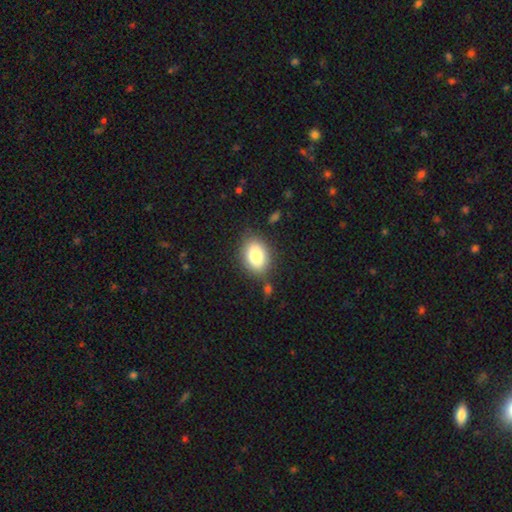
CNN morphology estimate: A smooth galaxy with no disk features (84%) that is in between round and cigar-shaped (80%).

Vote fractions:
- Smooth or featured? smooth: 84% / featured or disk: 9% / star or artifact: 8%
- How rounded? in between: 80% / round: 19% / cigar-shaped: 1%
- Merging? none: 79% / minor disturbance: 13% / merger: 4% / major disturbance: 4%